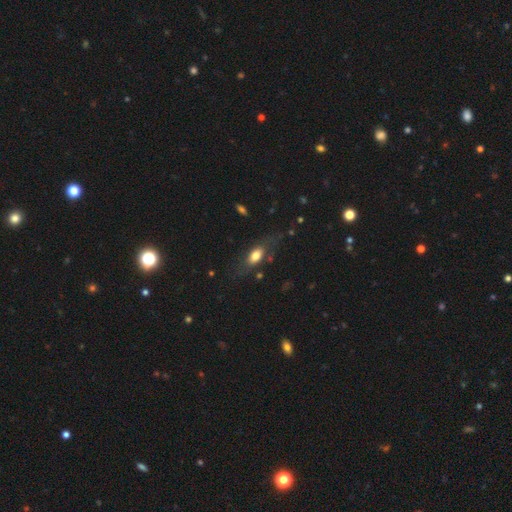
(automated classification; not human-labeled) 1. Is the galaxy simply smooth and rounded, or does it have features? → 70% smooth, 23% featured or disk, 8% star or artifact.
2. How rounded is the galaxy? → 81% in between, 13% cigar-shaped, 6% round.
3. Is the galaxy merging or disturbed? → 67% none, 20% minor disturbance, 11% major disturbance, 2% merger.